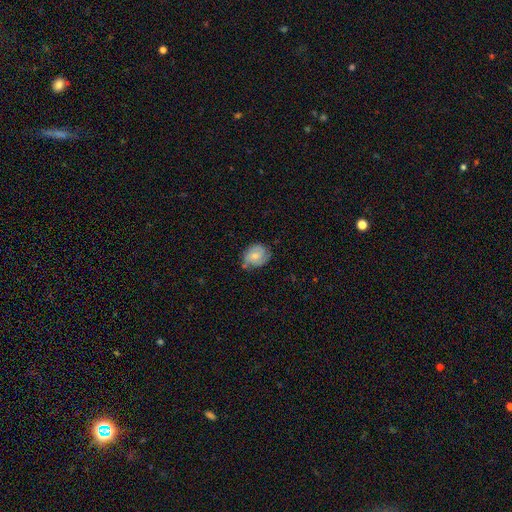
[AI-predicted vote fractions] Q: Smooth or featured?
A: smooth (56%); runner-up: featured or disk (36%)
Q: How rounded?
A: round (60%); runner-up: in between (39%)
Q: Merging?
A: none (61%); runner-up: minor disturbance (28%)